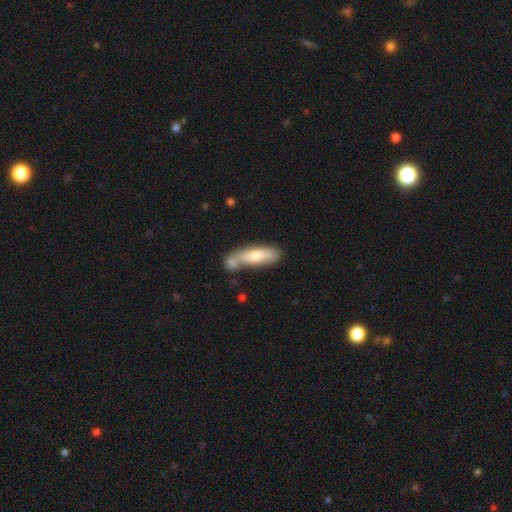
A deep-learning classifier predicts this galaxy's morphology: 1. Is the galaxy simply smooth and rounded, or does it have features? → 70% smooth, 24% featured or disk, 5% star or artifact.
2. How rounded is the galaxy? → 57% cigar-shaped, 40% in between, 2% round.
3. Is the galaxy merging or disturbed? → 40% none, 38% merger, 16% minor disturbance, 6% major disturbance.